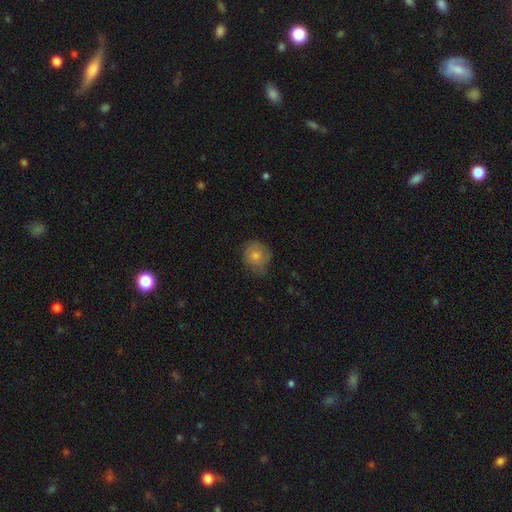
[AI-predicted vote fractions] Smooth or featured? smooth (78%)
How rounded? round (81%)
Merging? none (60%)